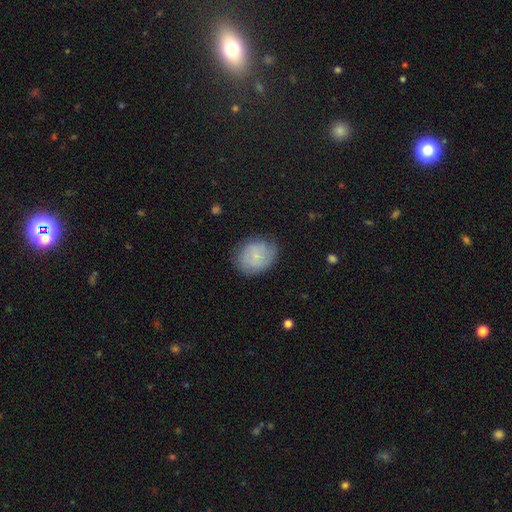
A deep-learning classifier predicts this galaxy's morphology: Smooth or featured: smooth — 66% (featured or disk — 26%)
How rounded: round — 53% (in between — 46%)
Merging: none — 72% (minor disturbance — 21%)